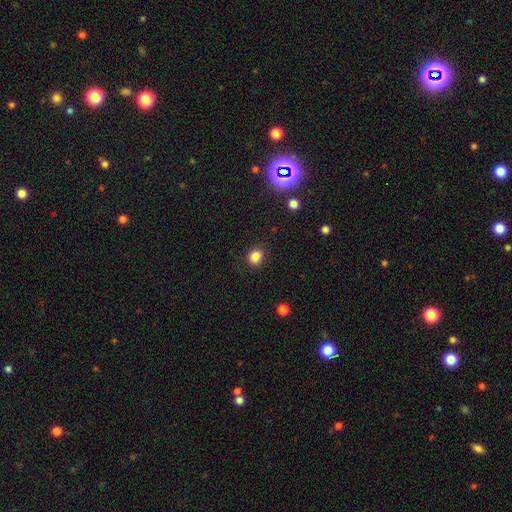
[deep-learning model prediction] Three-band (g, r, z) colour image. It shows a smooth galaxy with no disk features (84%) that is round (67%). Merging: none (84%).